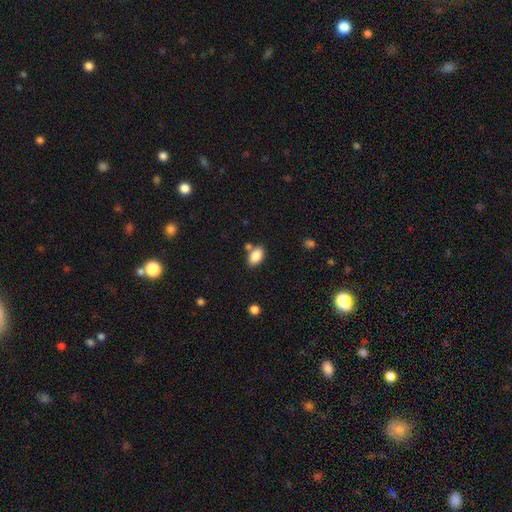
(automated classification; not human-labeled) A smooth galaxy with no disk features (86%) that is in between round and cigar-shaped (91%). Merging: none (72%).